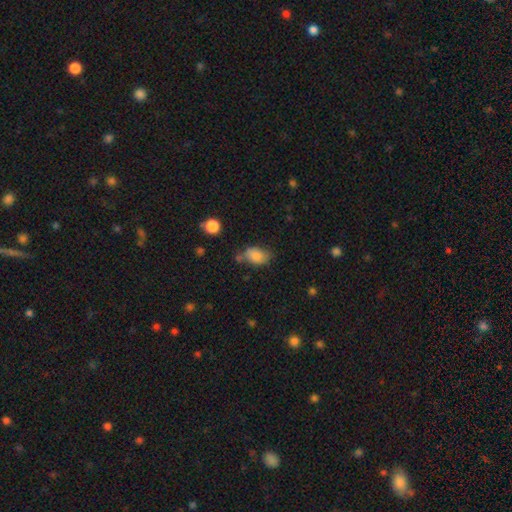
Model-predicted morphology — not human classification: A smooth galaxy with no disk features (82%) that is in between round and cigar-shaped (84%). Merging: none (57%).